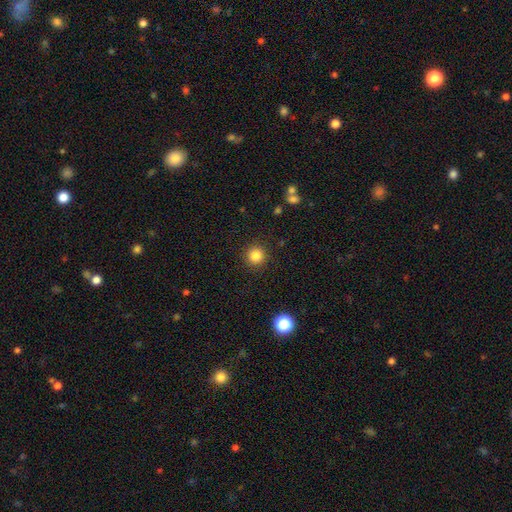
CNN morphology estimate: Smooth or featured? smooth (84%)
How rounded? round (95%)
Merging? none (91%)